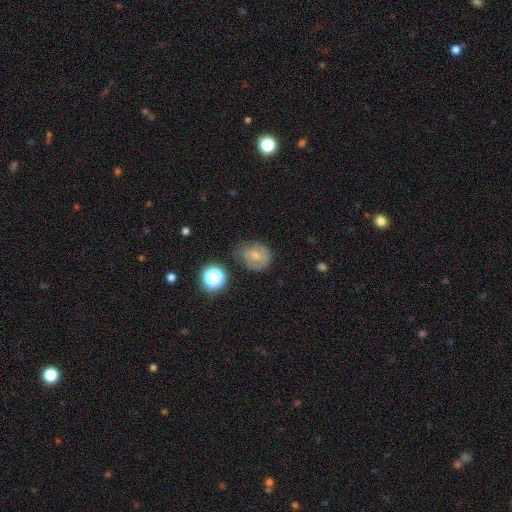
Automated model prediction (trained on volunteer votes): Smooth or featured: smooth — 60% (featured or disk — 26%)
How rounded: round — 68% (in between — 31%)
Merging: none — 58% (minor disturbance — 29%)